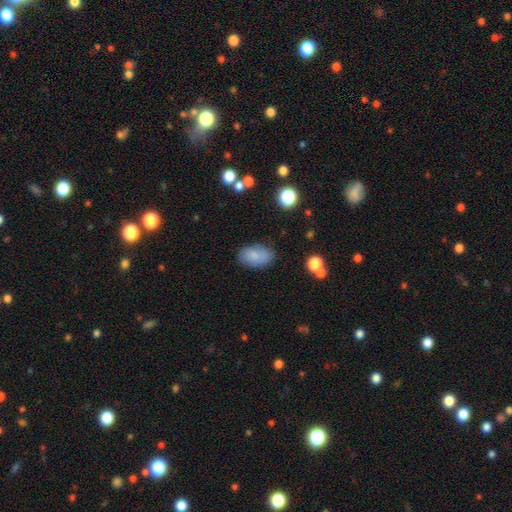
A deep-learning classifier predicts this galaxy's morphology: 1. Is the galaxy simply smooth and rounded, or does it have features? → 75% smooth, 16% featured or disk, 9% star or artifact.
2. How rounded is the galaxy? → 92% in between, 6% round, 2% cigar-shaped.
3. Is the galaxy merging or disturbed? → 75% none, 18% minor disturbance, 5% major disturbance, 3% merger.